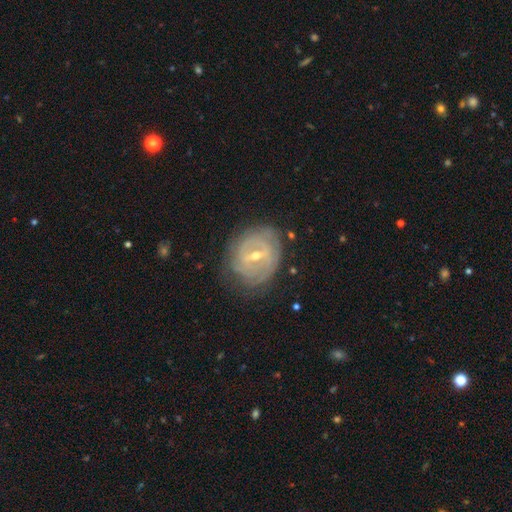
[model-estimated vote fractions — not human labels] Q: Smooth or featured?
A: featured or disk (81%); runner-up: smooth (12%)
Q: Edge-on disk?
A: no (95%); runner-up: yes (5%)
Q: Bar?
A: weak (48%); runner-up: strong (39%)
Q: Spiral arms?
A: yes (78%); runner-up: no (22%)
Q: Spiral winding?
A: tight (71%); runner-up: medium (22%)
Q: Spiral arm count?
A: can't tell (48%); runner-up: 2 (27%)
Q: Bulge size?
A: small (52%); runner-up: moderate (46%)
Q: Merging?
A: none (71%); runner-up: minor disturbance (20%)